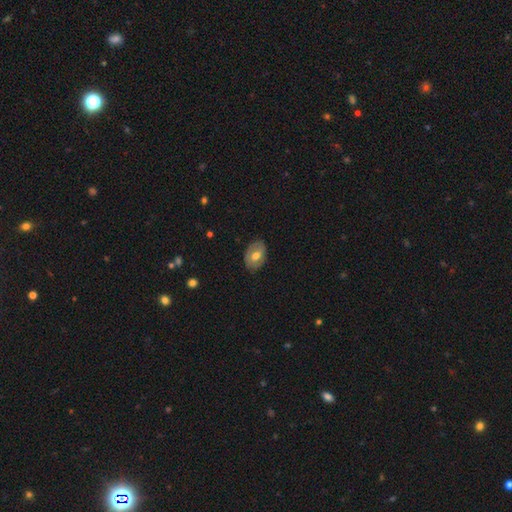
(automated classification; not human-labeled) A smooth galaxy with no disk features (53%) that is in between round and cigar-shaped (81%). Merging: none (80%).